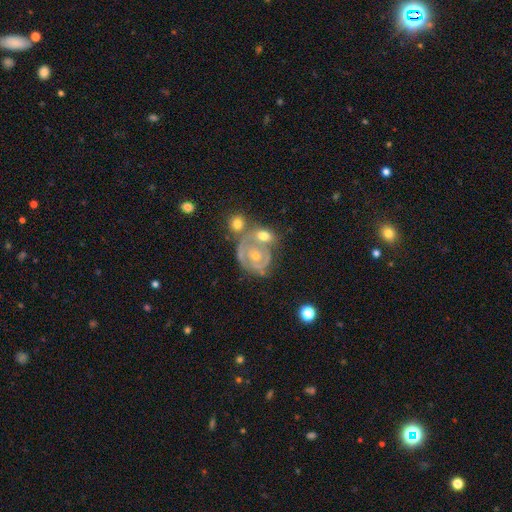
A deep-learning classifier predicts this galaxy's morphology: This appears to be a featured or disk galaxy (75%) with no bar (75%), 2 (38%) tight (64%) spiral arms (77%) and a small central bulge (49%). Merging: none (41%).